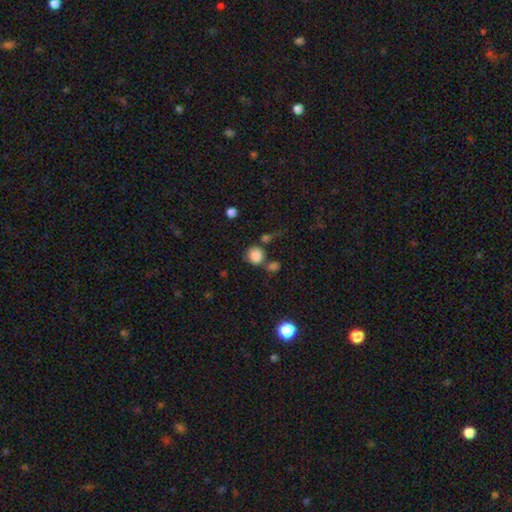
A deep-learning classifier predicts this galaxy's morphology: smooth 84%, star or artifact 10%, featured or disk 6%. Down the decision tree: how rounded — round (87%); merging — none (60%).